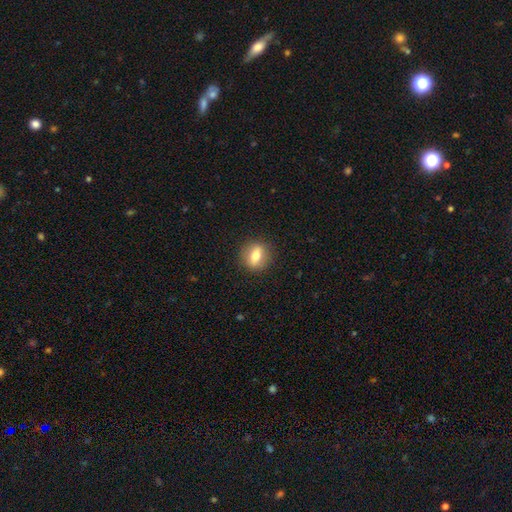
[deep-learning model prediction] Overall: smooth (67%). How rounded: round (63%; in between 34%). Merging: none (88%).